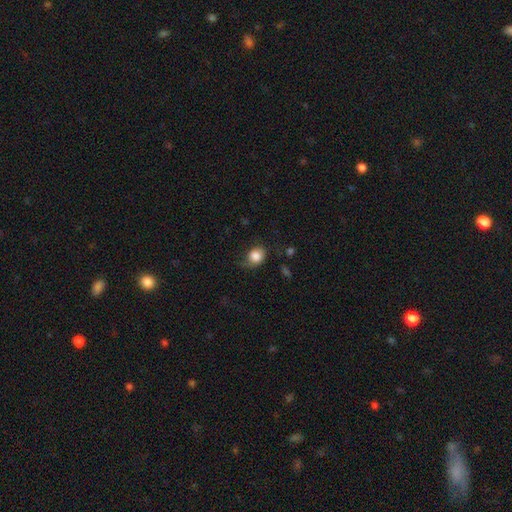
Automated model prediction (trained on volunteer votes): Morphology: type=smooth (83%); roundness=round (64%); merging=none (54%).